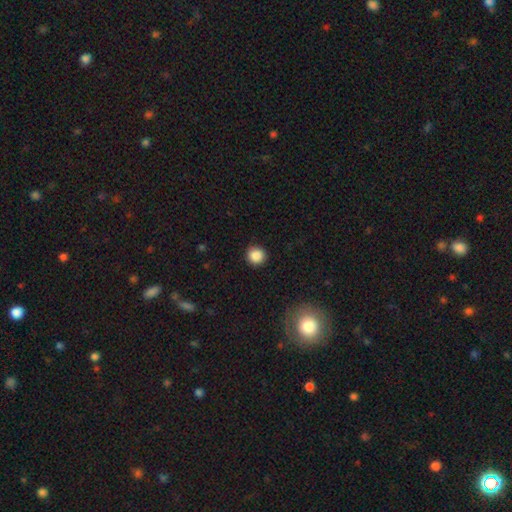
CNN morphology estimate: The model was most divided on "smooth or featured": smooth: 87%, star or artifact: 9%, featured or disk: 3%. More confident: how rounded — round (94%); merging — none (91%).